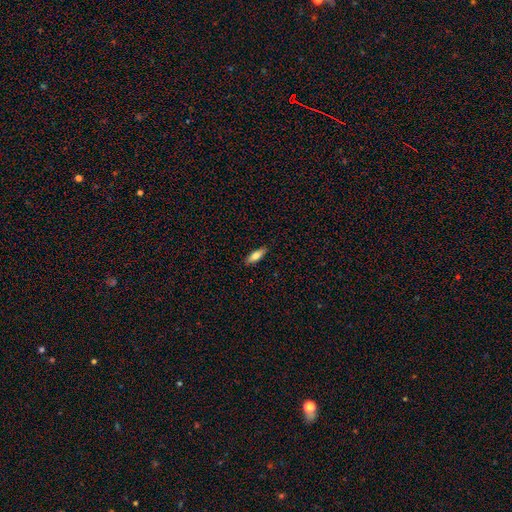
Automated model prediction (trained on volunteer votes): smooth_or_featured: smooth (p=0.74) [alt: featured or disk p=0.20]
how_rounded: in between (p=0.58) [alt: cigar-shaped p=0.40]
merging: none (p=0.89) [alt: minor disturbance p=0.08]